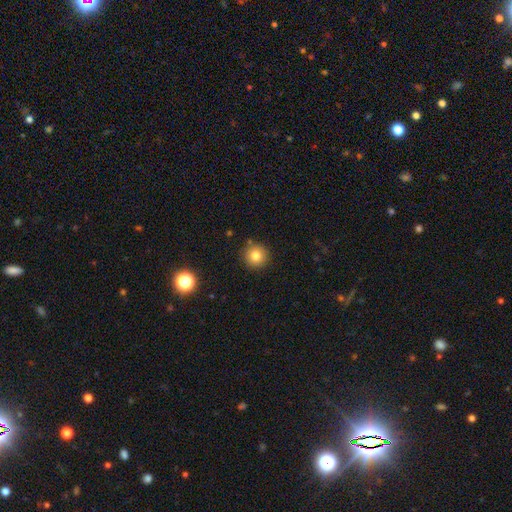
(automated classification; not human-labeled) smooth 80%, star or artifact 12%, featured or disk 8%. Down the decision tree: how rounded — round (95%); merging — none (88%).